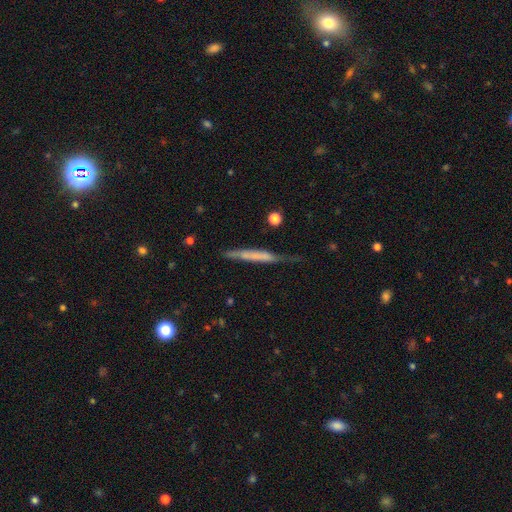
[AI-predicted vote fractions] Smooth or featured? Predicted: smooth (p=0.48). Merging? Predicted: none (p=0.57).